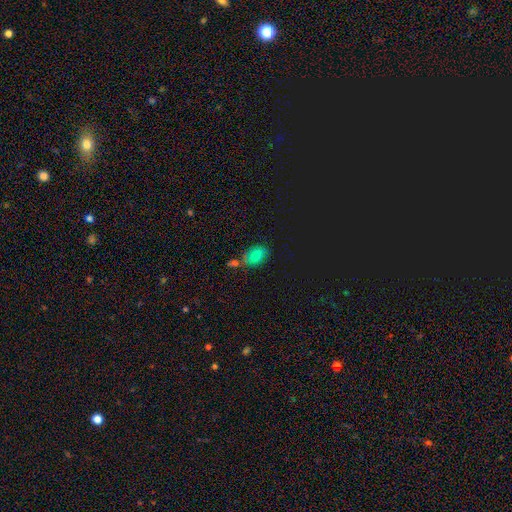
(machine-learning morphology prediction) A smooth galaxy with no disk features (69%) that is in between round and cigar-shaped (83%). Merging: none (52%).